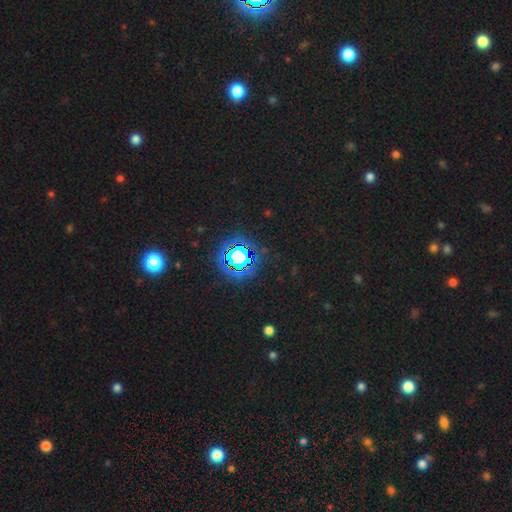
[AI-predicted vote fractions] smooth-or-featured: star or artifact: 81% | smooth: 12% | featured or disk: 7%